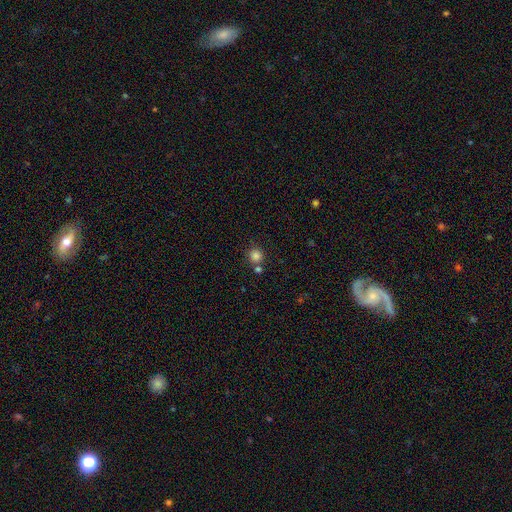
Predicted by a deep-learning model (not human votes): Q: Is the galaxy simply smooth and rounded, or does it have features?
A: smooth — 83%.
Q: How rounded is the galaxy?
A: round — 91%.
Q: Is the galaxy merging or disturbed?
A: none — 72%.